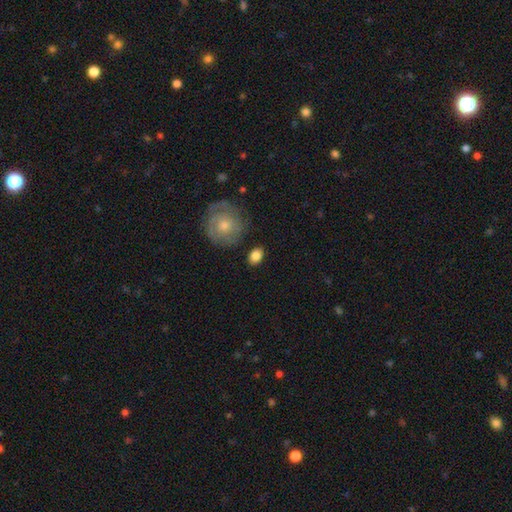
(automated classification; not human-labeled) A smooth galaxy with no disk features (83%) that is in between round and cigar-shaped (71%). Merging: none (83%).